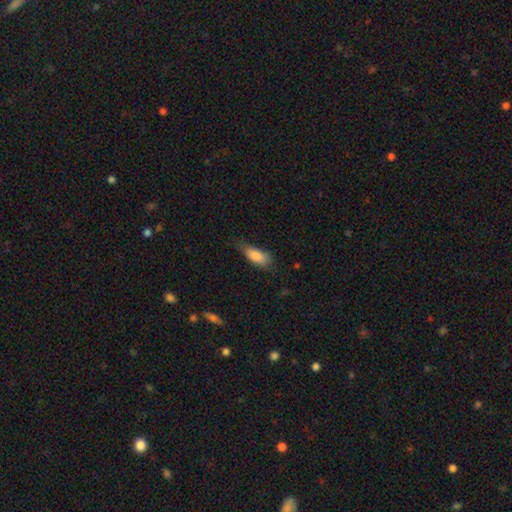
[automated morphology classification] Smooth or featured? smooth (84%)
How rounded? in between (78%)
Merging? none (53%)